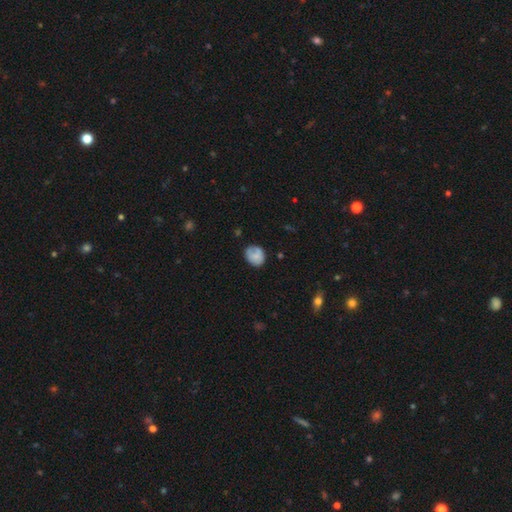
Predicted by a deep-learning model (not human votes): Smooth or featured? Predicted: smooth (p=0.70). How rounded? Predicted: round (p=0.63). Merging? Predicted: none (p=0.60).